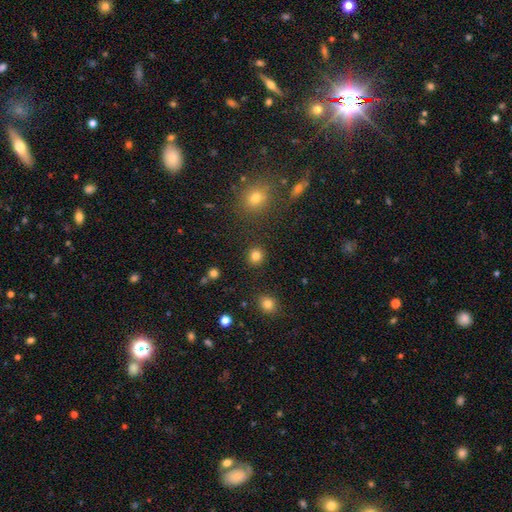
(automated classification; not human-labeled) smooth-or-featured: smooth: 83% | star or artifact: 12% | featured or disk: 5%
  how-rounded: round: 90% | in between: 9% | cigar-shaped: 1%
  merging: none: 91% | minor disturbance: 5% | major disturbance: 2% | merger: 2%